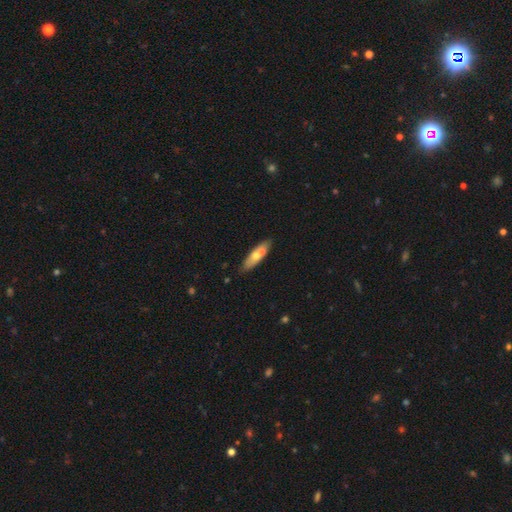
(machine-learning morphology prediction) type=smooth (59%); roundness=cigar-shaped (56%); merging=none (65%).